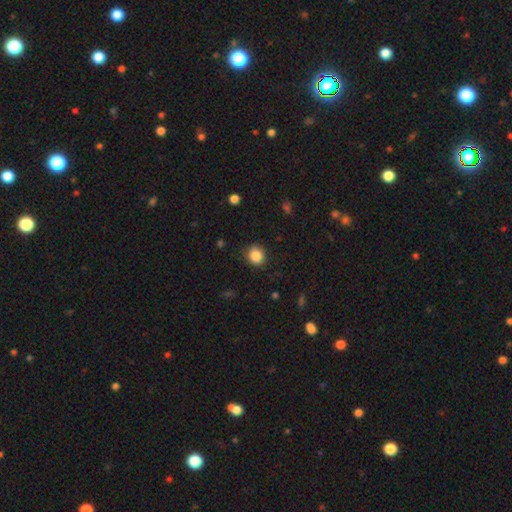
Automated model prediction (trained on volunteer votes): Smooth or featured?
  - smooth: 85% *
  - star or artifact: 10%
  - featured or disk: 5%
How rounded?
  - round: 80% *
  - in between: 19%
  - cigar-shaped: 1%
Merging?
  - none: 85% *
  - minor disturbance: 11%
  - major disturbance: 3%
  - merger: 1%